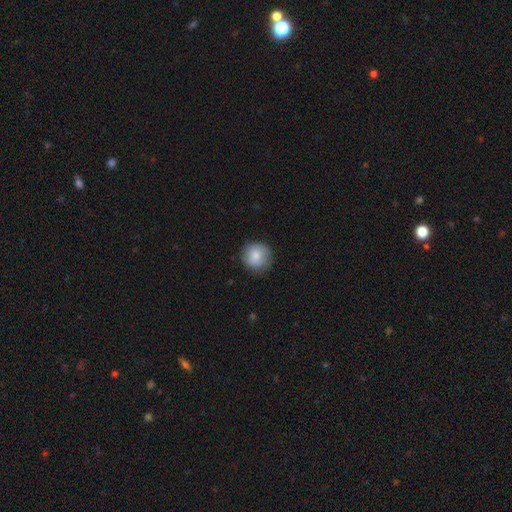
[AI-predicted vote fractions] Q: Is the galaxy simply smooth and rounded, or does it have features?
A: smooth — 82%.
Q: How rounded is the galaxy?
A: round — 93%.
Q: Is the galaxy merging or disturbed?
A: none — 83%.